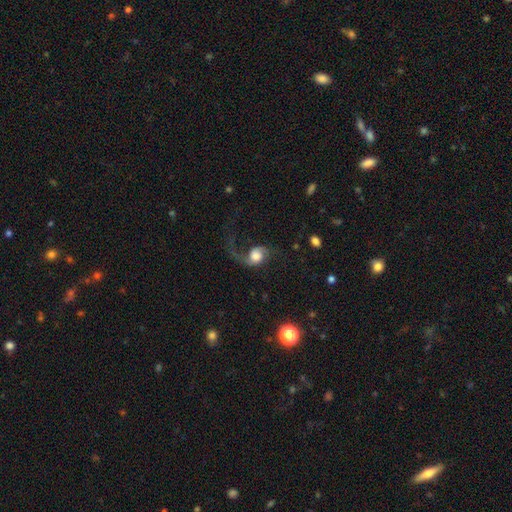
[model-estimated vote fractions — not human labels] A featured or disk galaxy (66%) with no bar (68%), 2 (61%) loose (83%) spiral arms (92%) and a large central bulge (44%). Merging: none (43%).